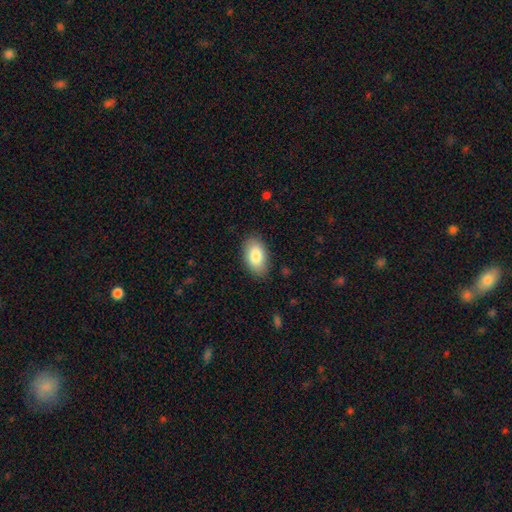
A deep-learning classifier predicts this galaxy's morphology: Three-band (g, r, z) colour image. It shows a smooth galaxy with no disk features (84%) that is in between round and cigar-shaped (94%). Merging: none (85%).